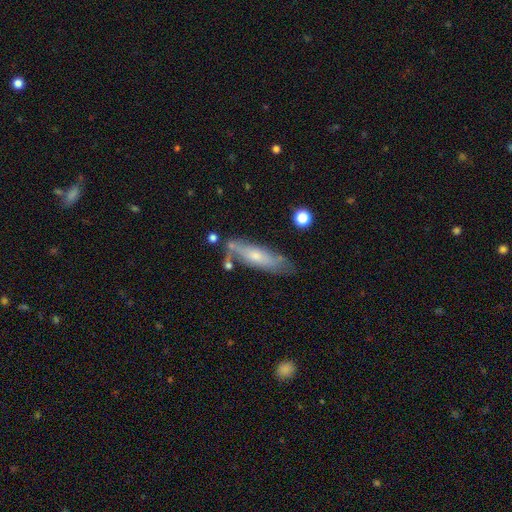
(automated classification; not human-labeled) This appears to be a smooth galaxy with no disk features (50%). Merging: none (61%).